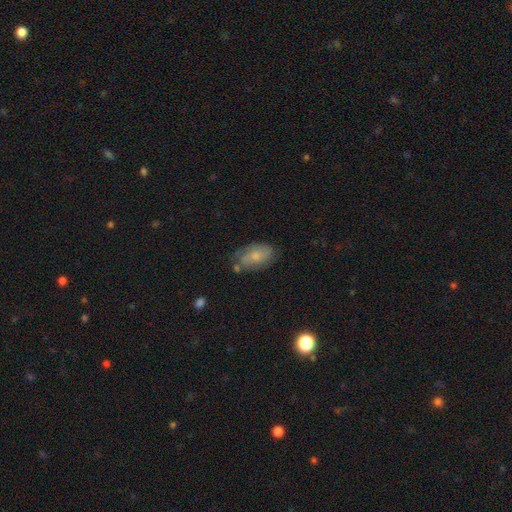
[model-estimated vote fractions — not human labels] Overall: smooth (56%; featured or disk 36%). How rounded: in between (91%). Merging: none (59%; minor disturbance 26%).